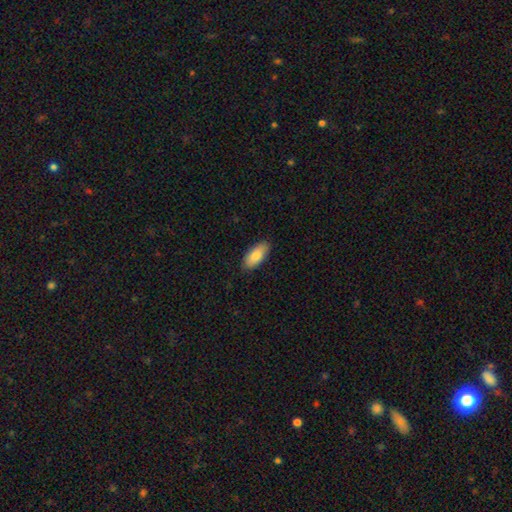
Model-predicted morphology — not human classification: smooth_or_featured: smooth (p=0.85) [alt: featured or disk p=0.09]
how_rounded: in between (p=0.86) [alt: cigar-shaped p=0.12]
merging: none (p=0.88) [alt: minor disturbance p=0.09]